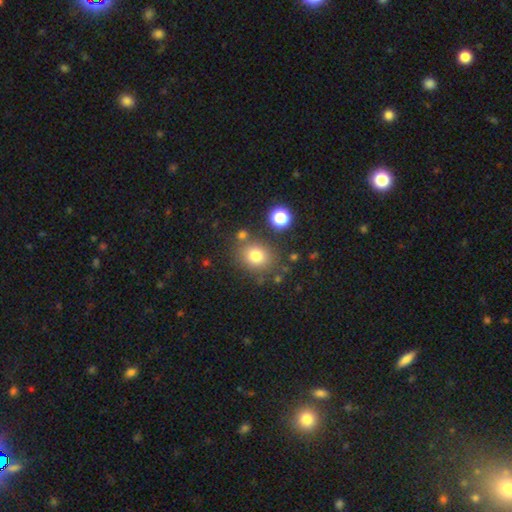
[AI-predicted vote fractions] A smooth galaxy with no disk features (77%) that is round (71%). Merging: none (74%).